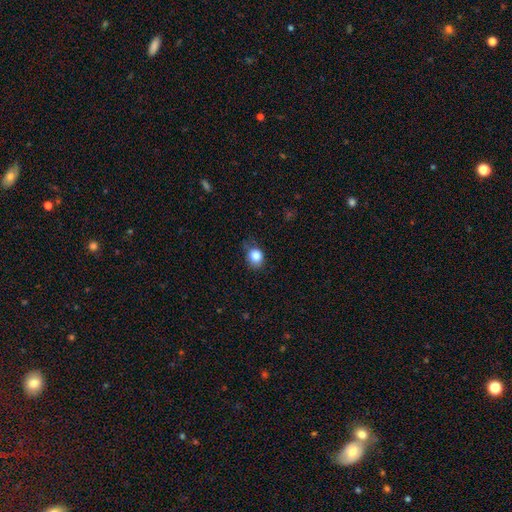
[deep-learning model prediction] A smooth galaxy with no disk features (83%) that is round (67%).

Vote fractions:
- Smooth or featured? smooth: 83% / star or artifact: 10% / featured or disk: 6%
- How rounded? round: 67% / in between: 32% / cigar-shaped: 1%
- Merging? none: 64% / minor disturbance: 27% / major disturbance: 7% / merger: 2%